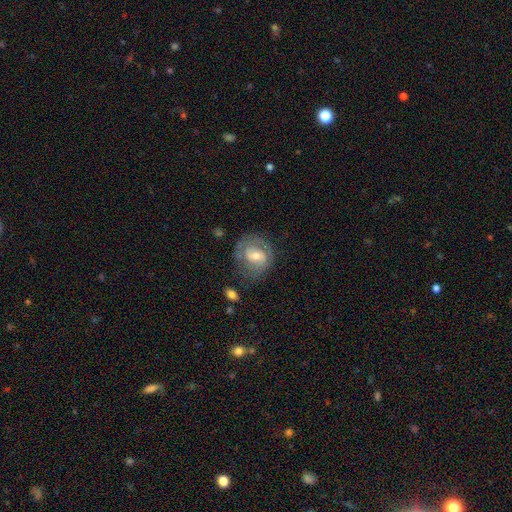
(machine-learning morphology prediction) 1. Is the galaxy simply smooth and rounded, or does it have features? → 65% featured or disk, 28% smooth, 7% star or artifact.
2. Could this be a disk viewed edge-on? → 97% no, 3% yes.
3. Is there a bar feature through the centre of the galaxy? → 45% weak, 43% no, 11% strong.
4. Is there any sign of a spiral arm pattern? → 79% yes, 21% no.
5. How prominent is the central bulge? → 57% moderate, 36% small, 4% large, 2% none, 1% dominant.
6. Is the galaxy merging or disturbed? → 64% none, 21% minor disturbance, 12% major disturbance, 2% merger.